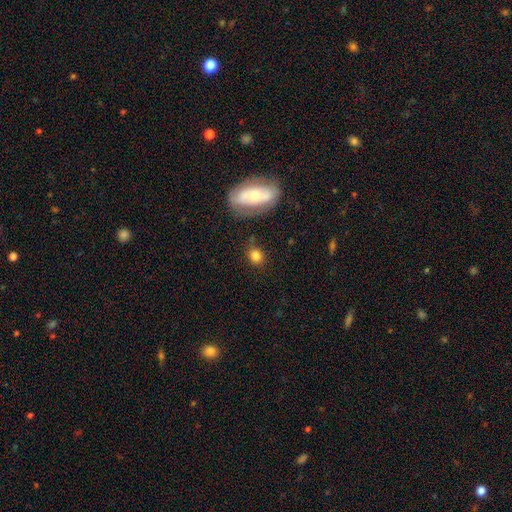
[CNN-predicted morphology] Smooth or featured? smooth (80%)
How rounded? round (54%)
Merging? none (75%)